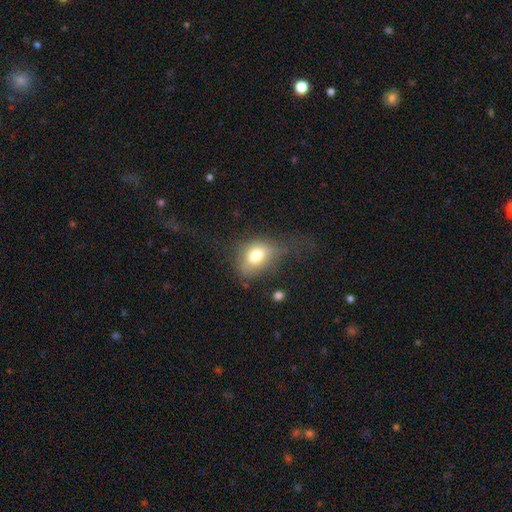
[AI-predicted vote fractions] Smooth or featured? Predicted: smooth (p=0.74). How rounded? Predicted: in between (p=0.74). Merging? Predicted: none (p=0.41).